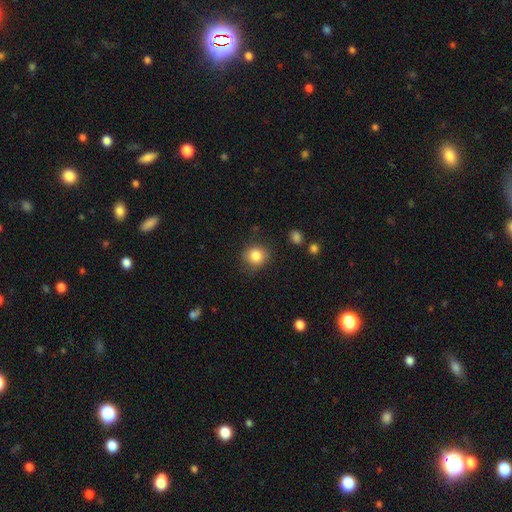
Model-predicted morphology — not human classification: This appears to be a smooth galaxy with no disk features (83%) that is round (82%). Merging: none (83%).